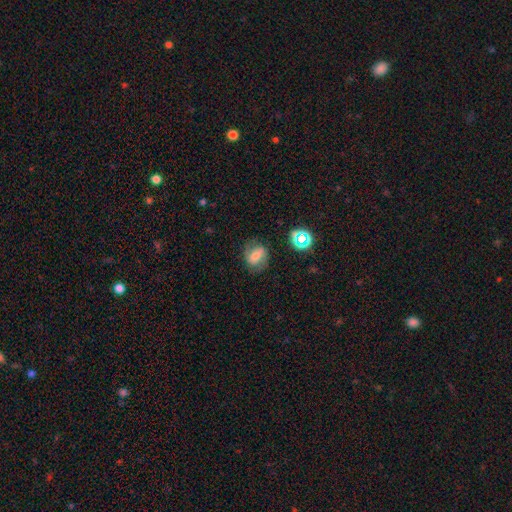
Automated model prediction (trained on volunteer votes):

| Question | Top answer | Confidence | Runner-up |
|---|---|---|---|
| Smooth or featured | smooth | 53% | featured or disk (34%) |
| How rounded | in between | 50% | round (48%) |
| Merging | none | 72% | minor disturbance (18%) |